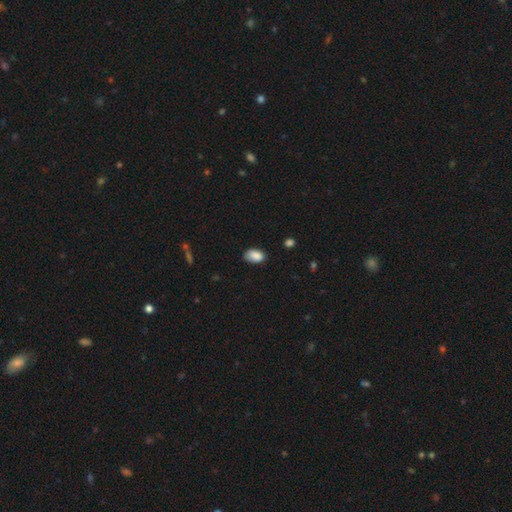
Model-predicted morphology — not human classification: smooth_or_featured: smooth (p=0.87) [alt: star or artifact p=0.08]
how_rounded: in between (p=0.92) [alt: round p=0.07]
merging: none (p=0.71) [alt: minor disturbance p=0.24]